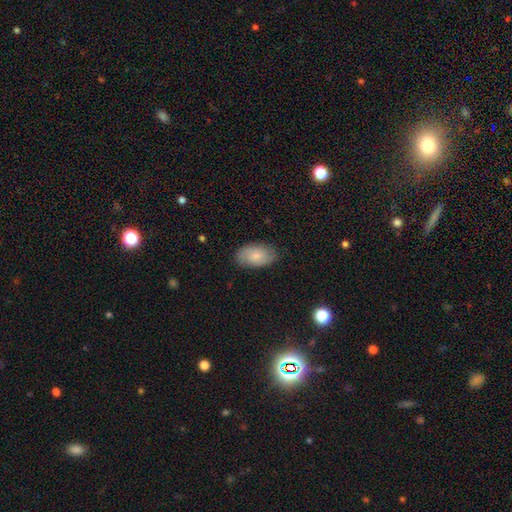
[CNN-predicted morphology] Smooth or featured: smooth — 65% (featured or disk — 28%)
How rounded: in between — 93% (round — 6%)
Merging: none — 81% (minor disturbance — 15%)